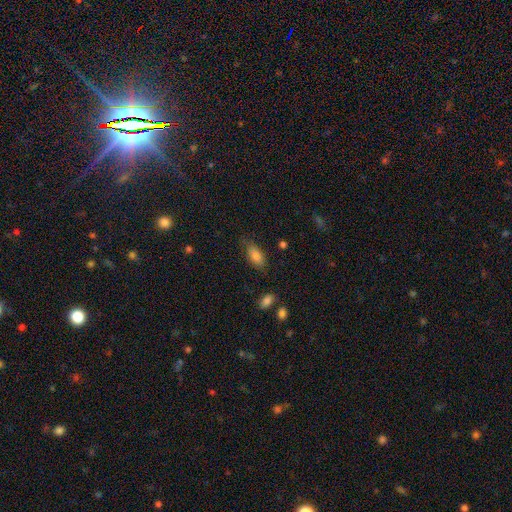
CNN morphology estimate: A smooth galaxy with no disk features (80%) that is in between round and cigar-shaped (86%).

Vote fractions:
- Smooth or featured? smooth: 80% / featured or disk: 12% / star or artifact: 8%
- How rounded? in between: 86% / cigar-shaped: 11% / round: 3%
- Merging? none: 70% / minor disturbance: 22% / major disturbance: 6% / merger: 2%